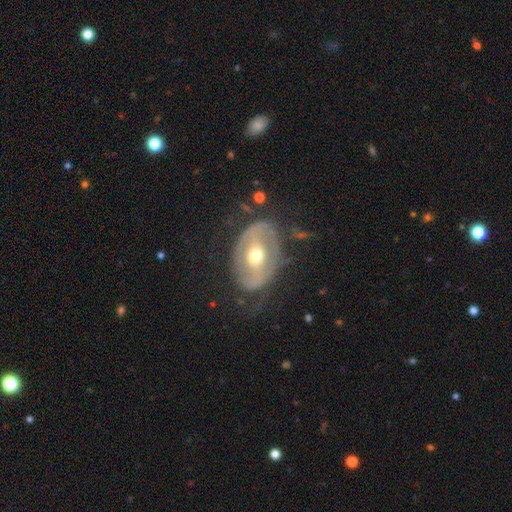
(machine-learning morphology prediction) This appears to be a featured or disk galaxy (72%) with no bar (36%), no spiral arms (51%) and a moderate central bulge (76%). Merging: none (64%).